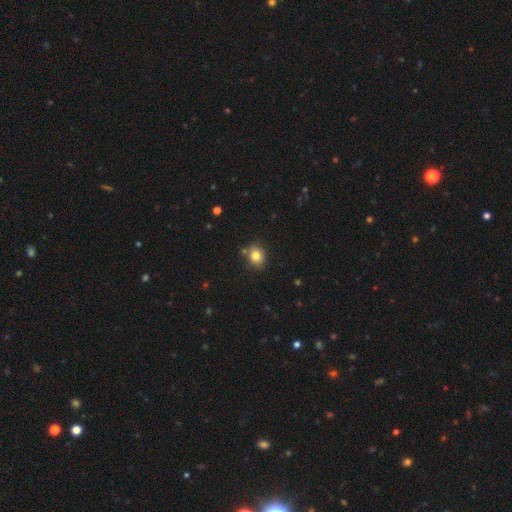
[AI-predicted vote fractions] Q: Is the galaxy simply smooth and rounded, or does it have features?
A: smooth — 81%.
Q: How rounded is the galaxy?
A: round — 67%.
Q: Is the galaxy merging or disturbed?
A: none — 78%.